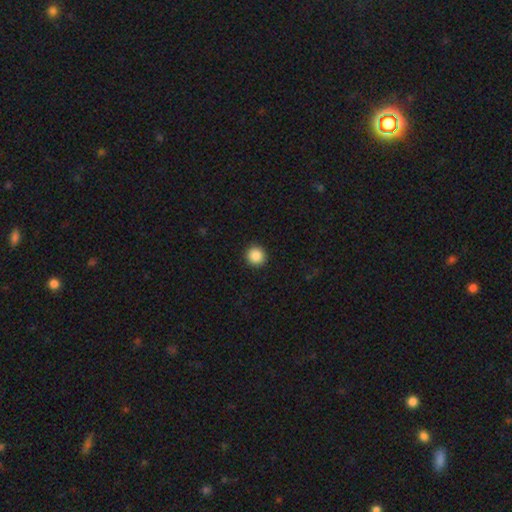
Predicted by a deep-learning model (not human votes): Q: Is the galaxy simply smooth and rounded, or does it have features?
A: smooth — 88%.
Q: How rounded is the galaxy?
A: round — 95%.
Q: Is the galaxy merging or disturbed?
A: none — 93%.